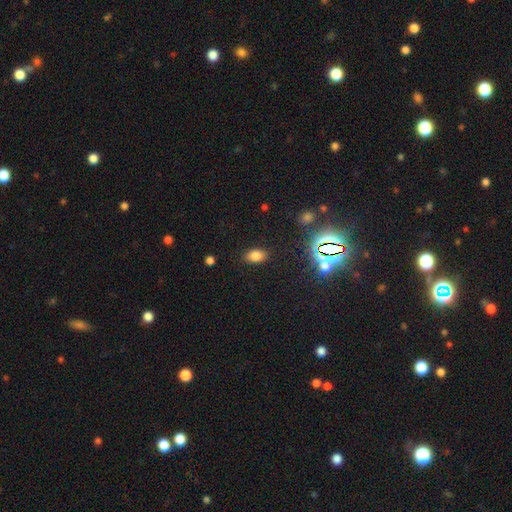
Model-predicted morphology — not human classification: This is likely a smooth galaxy (76%). How rounded: clearly in between (87%). Merging: clearly none (86%).